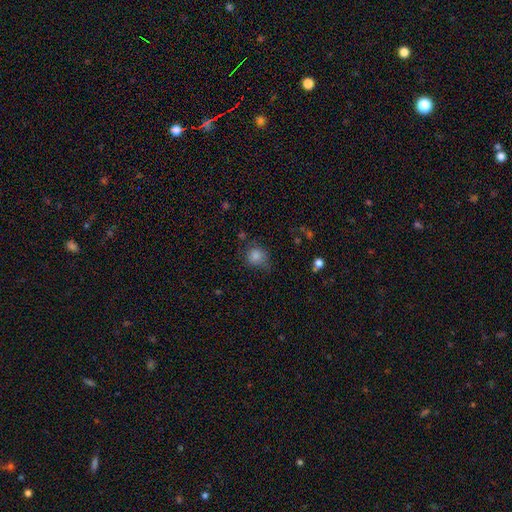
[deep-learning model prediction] Q: Smooth or featured?
A: smooth (80%); runner-up: star or artifact (12%)
Q: How rounded?
A: round (79%); runner-up: in between (20%)
Q: Merging?
A: none (61%); runner-up: minor disturbance (27%)